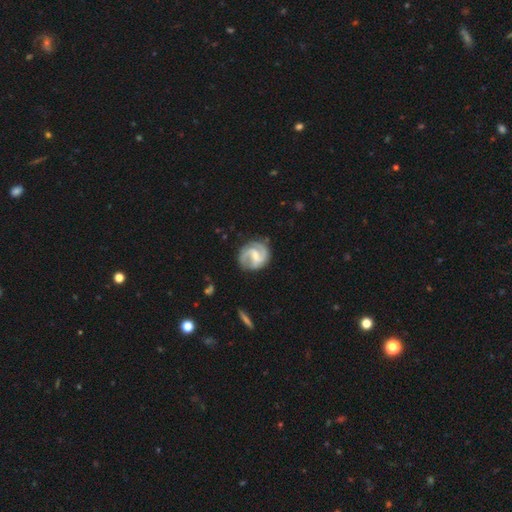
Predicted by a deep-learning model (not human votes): This appears to be a featured or disk galaxy (86%) with a weak bar (54%), 2 (81%) medium (52%) spiral arms (97%) and a small central bulge (45%). Merging: none (76%).